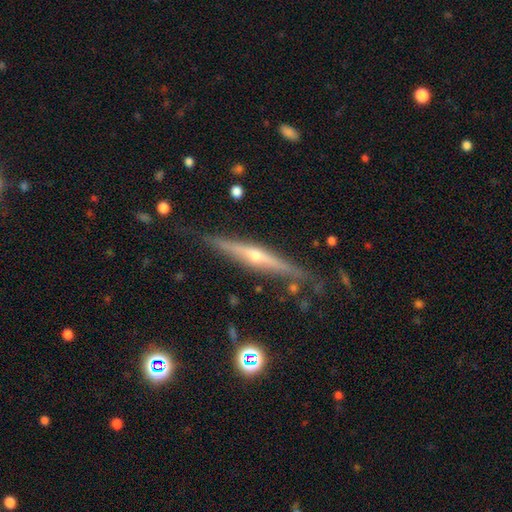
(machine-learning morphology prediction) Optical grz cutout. It shows a featured or disk galaxy (77%) viewed edge-on (97%) with a rounded central bulge (85%). Merging: none (84%).